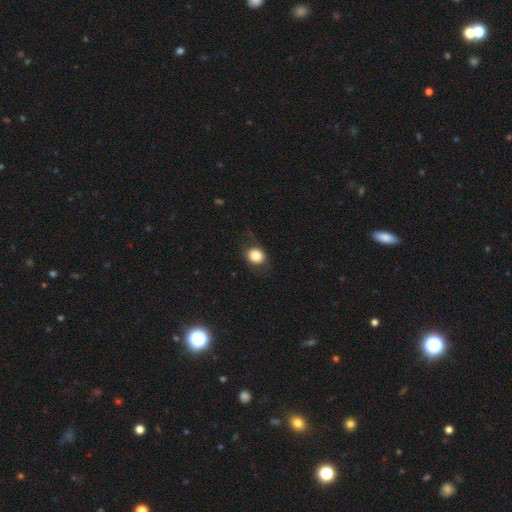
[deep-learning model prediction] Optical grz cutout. It shows a smooth galaxy with no disk features (83%) that is round (68%). Merging: none (78%).